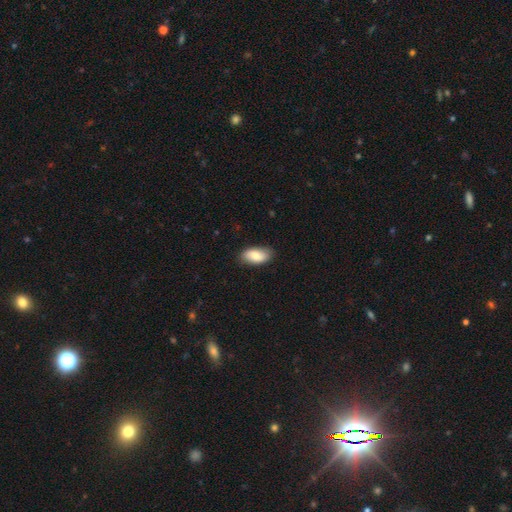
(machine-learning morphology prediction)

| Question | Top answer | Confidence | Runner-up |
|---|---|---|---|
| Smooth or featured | smooth | 81% | featured or disk (12%) |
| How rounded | in between | 93% | cigar-shaped (4%) |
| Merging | none | 83% | minor disturbance (14%) |